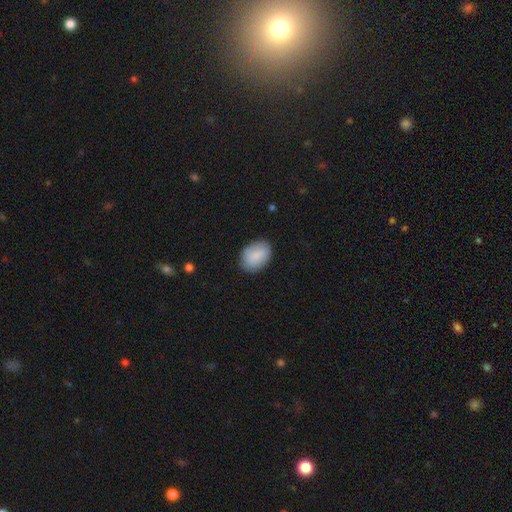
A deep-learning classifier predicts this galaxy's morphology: Overall: smooth (85%). How rounded: in between (81%). Merging: none (84%).